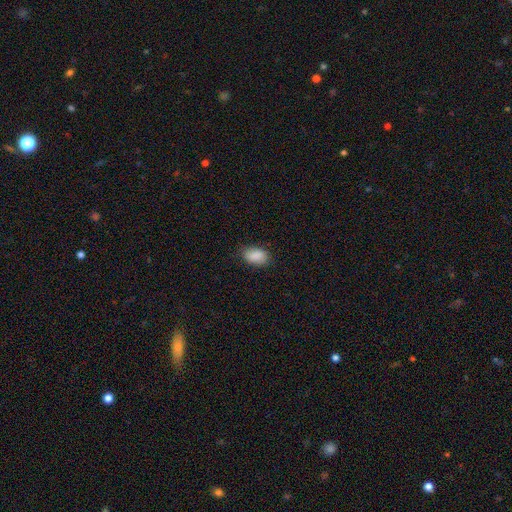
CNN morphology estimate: Smooth or featured? smooth (89%)
How rounded? in between (91%)
Merging? none (81%)